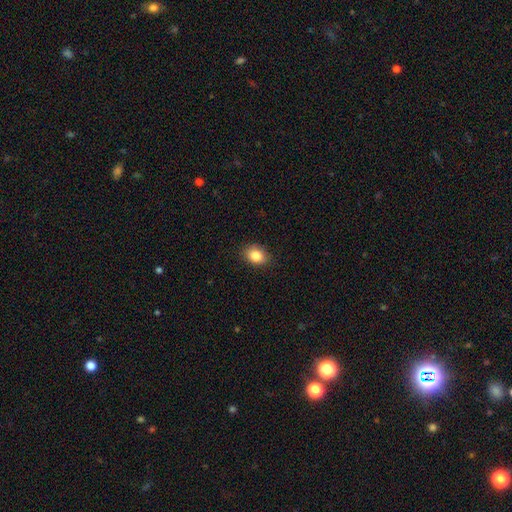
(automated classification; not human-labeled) This is clearly a smooth galaxy (84%). How rounded: likely in between (62%). Merging: clearly none (87%).